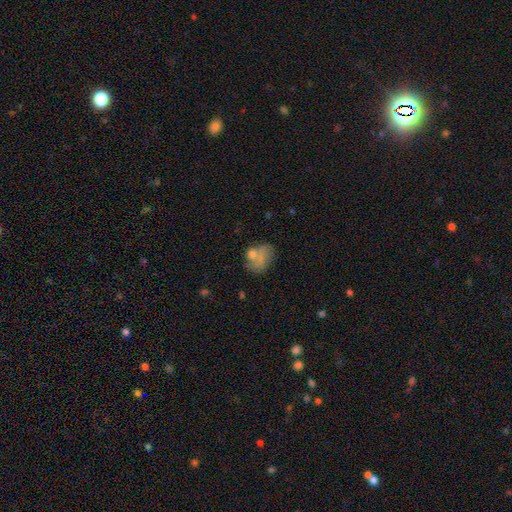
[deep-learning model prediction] smooth 61%, featured or disk 27%, star or artifact 12%. Down the decision tree: how rounded — in between (66%); merging — none (38%).